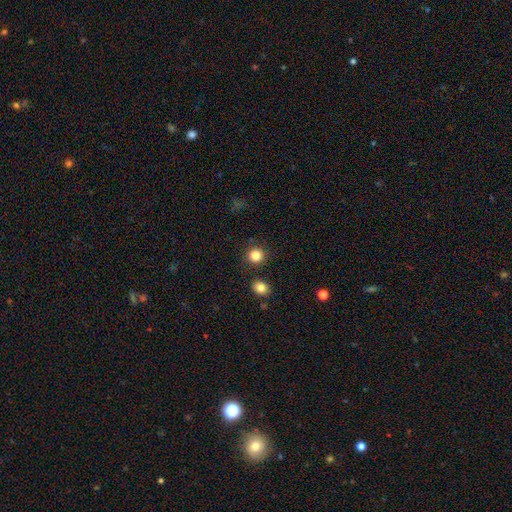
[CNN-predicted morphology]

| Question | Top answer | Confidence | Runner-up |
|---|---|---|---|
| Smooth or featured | smooth | 85% | star or artifact (11%) |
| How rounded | round | 91% | in between (8%) |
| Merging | none | 88% | minor disturbance (6%) |